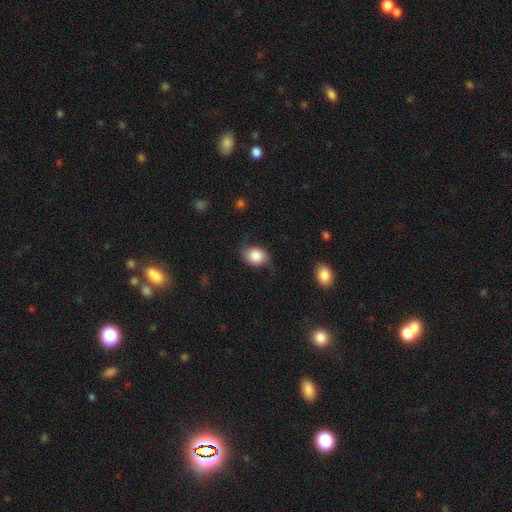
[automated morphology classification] This appears to be a smooth galaxy with no disk features (55%) that is in between round and cigar-shaped (52%). Merging: none (58%).